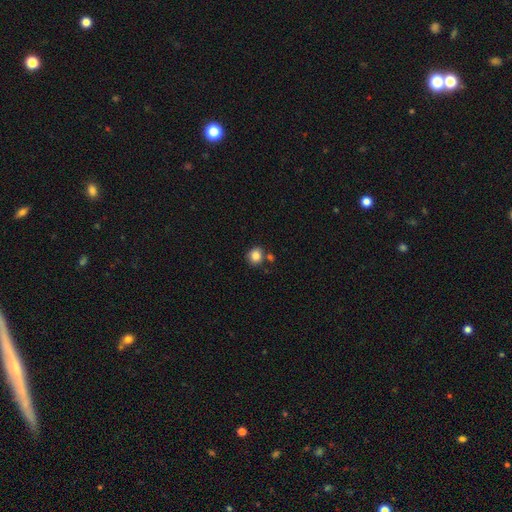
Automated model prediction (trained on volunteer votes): Smooth or featured?
  - smooth: 85% *
  - star or artifact: 10%
  - featured or disk: 5%
How rounded?
  - round: 81% *
  - in between: 18%
  - cigar-shaped: 1%
Merging?
  - none: 75% *
  - merger: 11%
  - minor disturbance: 11%
  - major disturbance: 3%